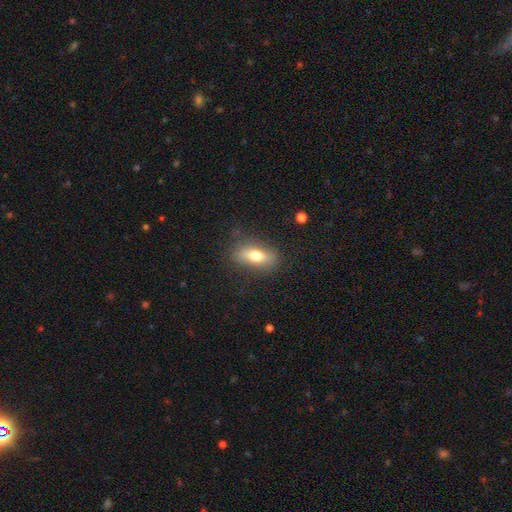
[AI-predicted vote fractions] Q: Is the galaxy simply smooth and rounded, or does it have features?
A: smooth — 69%.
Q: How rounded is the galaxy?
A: in between — 74%.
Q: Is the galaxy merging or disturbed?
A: none — 79%.